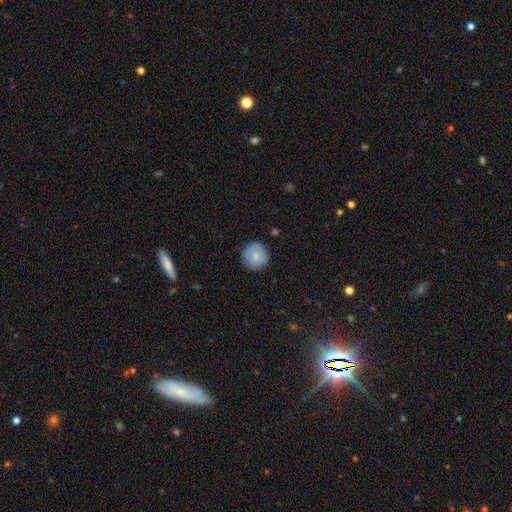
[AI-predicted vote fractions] A smooth galaxy with no disk features (78%) that is round (93%).

Vote fractions:
- Smooth or featured? smooth: 78% / featured or disk: 14% / star or artifact: 7%
- How rounded? round: 93% / in between: 6% / cigar-shaped: 1%
- Merging? none: 83% / minor disturbance: 13% / major disturbance: 3% / merger: 1%